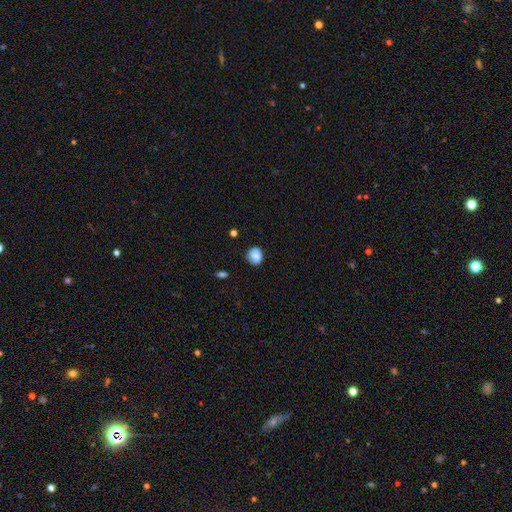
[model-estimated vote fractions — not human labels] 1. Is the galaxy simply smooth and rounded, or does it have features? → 71% smooth, 20% featured or disk, 9% star or artifact.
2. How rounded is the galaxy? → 72% round, 27% in between, 1% cigar-shaped.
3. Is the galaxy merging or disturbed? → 74% none, 19% minor disturbance, 5% major disturbance, 2% merger.